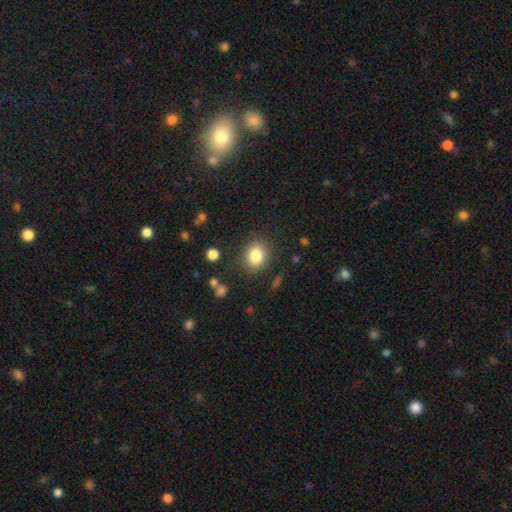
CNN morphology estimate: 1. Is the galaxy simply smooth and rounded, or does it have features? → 83% smooth, 10% star or artifact, 7% featured or disk.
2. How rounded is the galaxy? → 63% round, 36% in between, 1% cigar-shaped.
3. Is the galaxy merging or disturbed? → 84% none, 10% minor disturbance, 4% major disturbance, 2% merger.